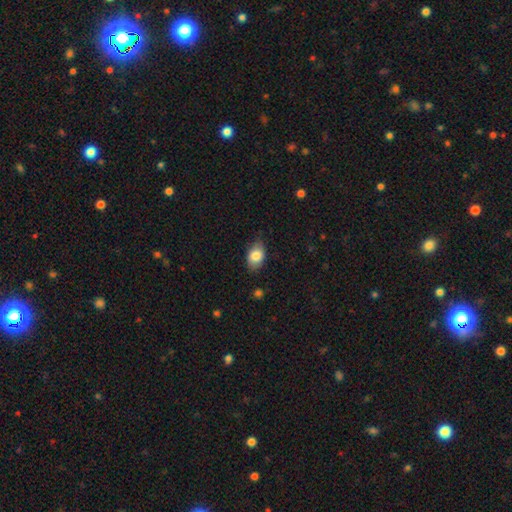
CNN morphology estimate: Smooth or featured: smooth — 83% (featured or disk — 10%)
How rounded: in between — 87% (round — 12%)
Merging: none — 78% (minor disturbance — 18%)